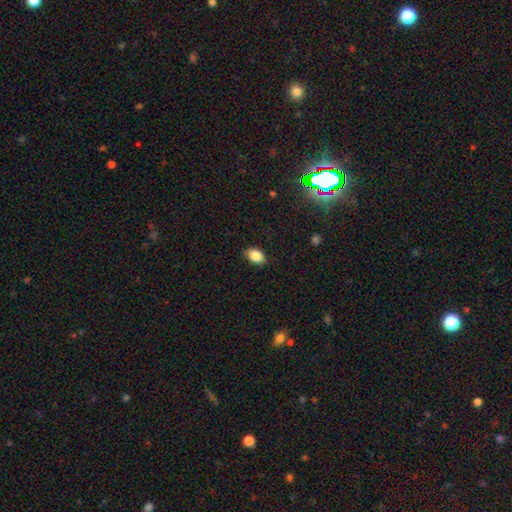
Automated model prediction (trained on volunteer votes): Smooth or featured? smooth (87%)
How rounded? in between (82%)
Merging? none (86%)